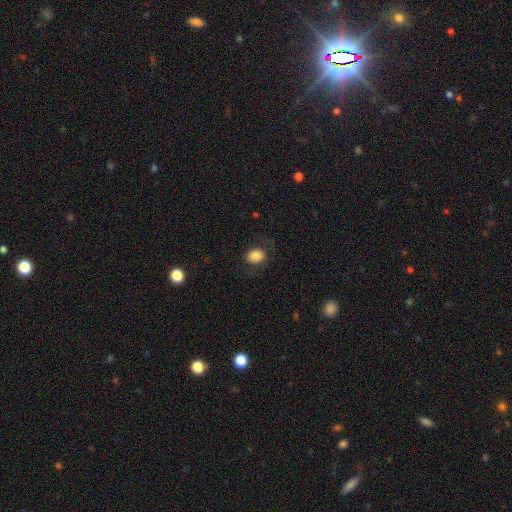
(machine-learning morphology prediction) A smooth galaxy with no disk features (81%) that is in between round and cigar-shaped (55%).

Vote fractions:
- Smooth or featured? smooth: 81% / featured or disk: 10% / star or artifact: 9%
- How rounded? in between: 55% / round: 44% / cigar-shaped: 1%
- Merging? none: 79% / minor disturbance: 12% / major disturbance: 7% / merger: 1%